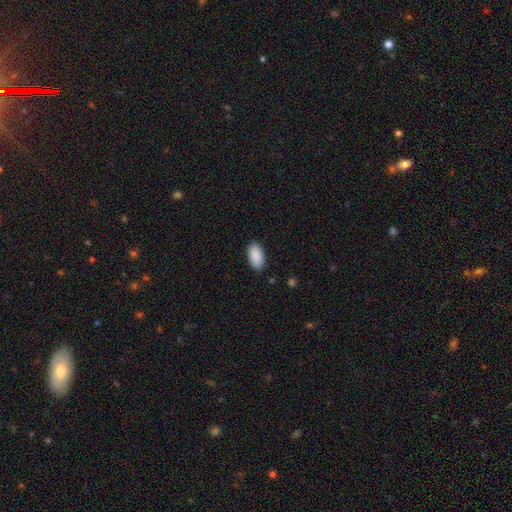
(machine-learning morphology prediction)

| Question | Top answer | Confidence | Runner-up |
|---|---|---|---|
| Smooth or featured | smooth | 91% | star or artifact (6%) |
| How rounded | in between | 95% | cigar-shaped (3%) |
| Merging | none | 87% | minor disturbance (10%) |